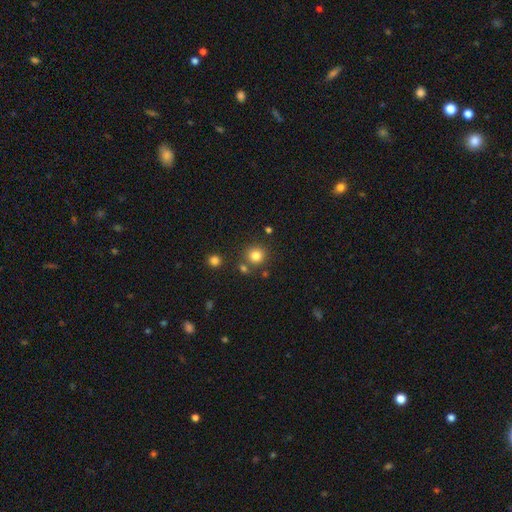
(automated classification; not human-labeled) A smooth galaxy with no disk features (81%) that is round (91%). Merging: none (79%).